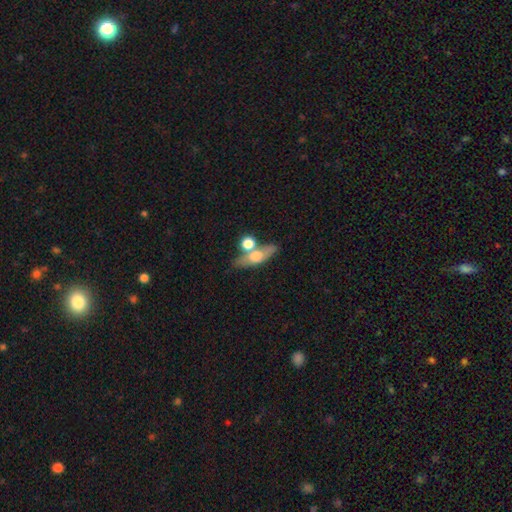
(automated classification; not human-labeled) Overall: smooth (50%; featured or disk 41%). How rounded: in between (46%; cigar-shaped 38%). Merging: none (56%; merger 26%).